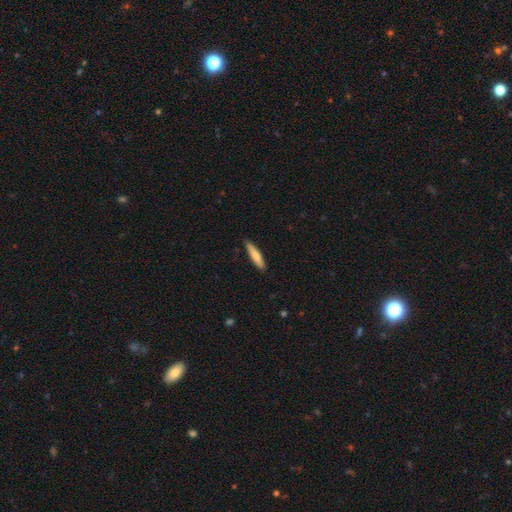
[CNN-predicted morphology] smooth_or_featured: smooth (p=0.73) [alt: featured or disk p=0.22]
how_rounded: cigar-shaped (p=0.86) [alt: in between p=0.12]
merging: none (p=0.85) [alt: minor disturbance p=0.12]